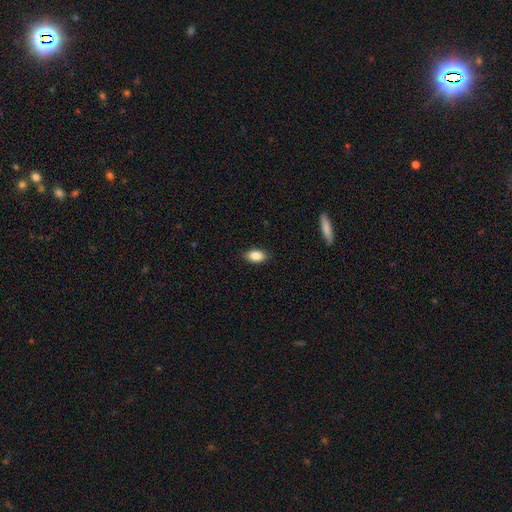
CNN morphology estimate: smooth_or_featured: smooth (p=0.87) [alt: star or artifact p=0.07]
how_rounded: in between (p=0.90) [alt: round p=0.07]
merging: none (p=0.87) [alt: minor disturbance p=0.10]